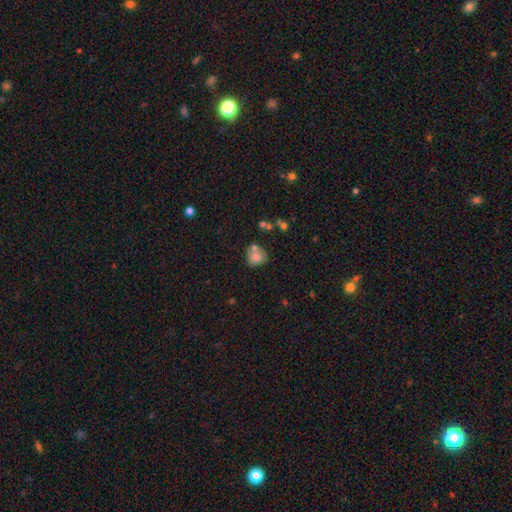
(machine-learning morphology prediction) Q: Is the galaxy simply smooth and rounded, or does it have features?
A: smooth — 73%.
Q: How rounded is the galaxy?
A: round — 78%.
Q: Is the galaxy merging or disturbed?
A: none — 50%.